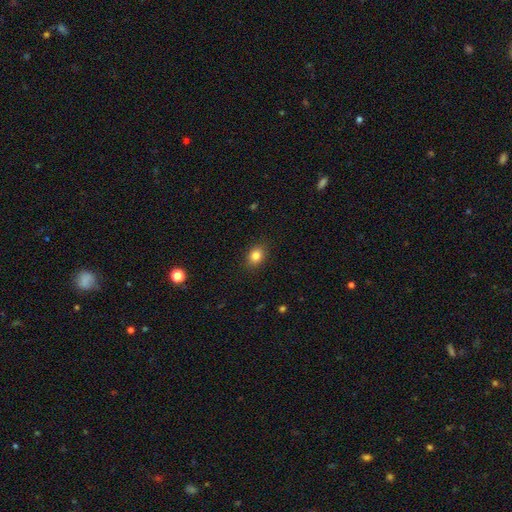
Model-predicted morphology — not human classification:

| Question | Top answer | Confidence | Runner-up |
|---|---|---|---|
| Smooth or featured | smooth | 83% | star or artifact (10%) |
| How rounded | in between | 59% | round (39%) |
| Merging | none | 88% | minor disturbance (9%) |